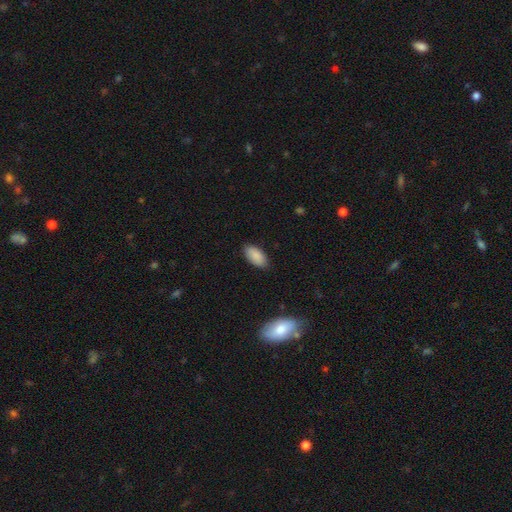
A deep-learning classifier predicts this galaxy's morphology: Smooth or featured? Predicted: smooth (p=0.89). How rounded? Predicted: in between (p=0.94). Merging? Predicted: none (p=0.86).